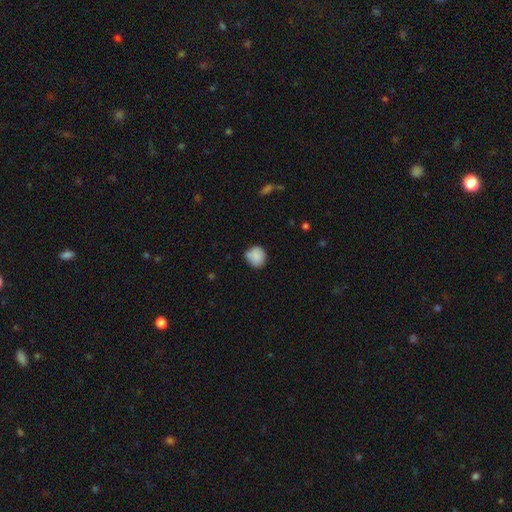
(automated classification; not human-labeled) Morphology: type=smooth (86%); roundness=round (84%); merging=none (67%).